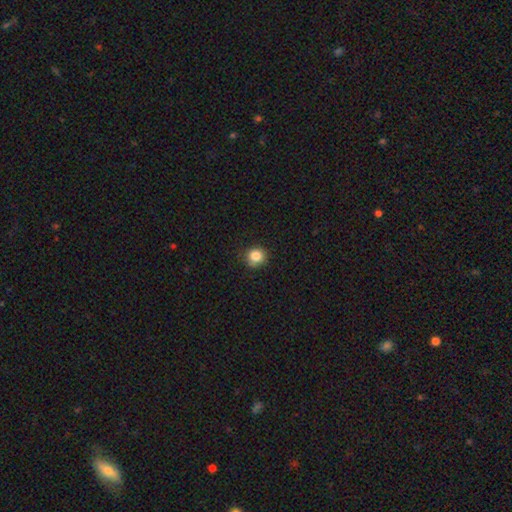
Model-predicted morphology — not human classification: smooth_or_featured: smooth (p=0.84) [alt: star or artifact p=0.11]
how_rounded: round (p=0.91) [alt: in between p=0.08]
merging: none (p=0.84) [alt: minor disturbance p=0.13]